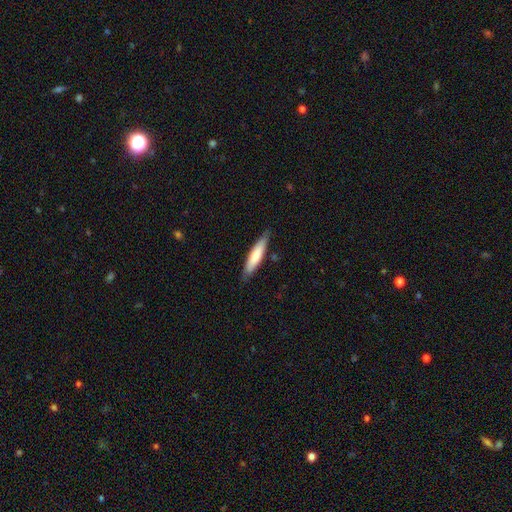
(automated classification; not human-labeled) A smooth galaxy with no disk features (70%) that is cigar-shaped (79%). Merging: none (82%).